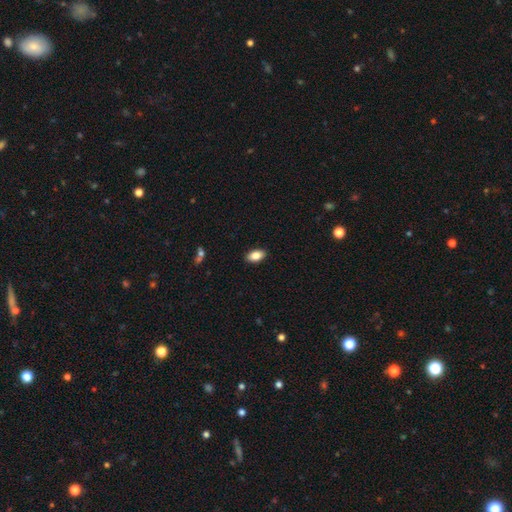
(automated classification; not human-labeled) Smooth or featured? smooth (84%)
How rounded? in between (92%)
Merging? none (89%)